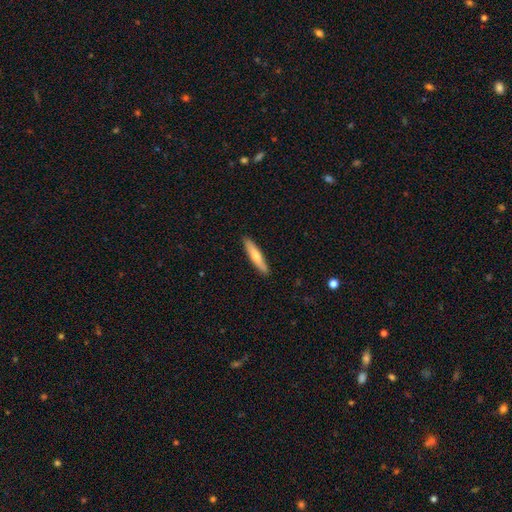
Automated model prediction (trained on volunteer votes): smooth-or-featured: smooth: 61% | featured or disk: 34% | star or artifact: 5%
  how-rounded: cigar-shaped: 88% | in between: 10% | round: 1%
  merging: none: 90% | minor disturbance: 7% | major disturbance: 1% | merger: 1%